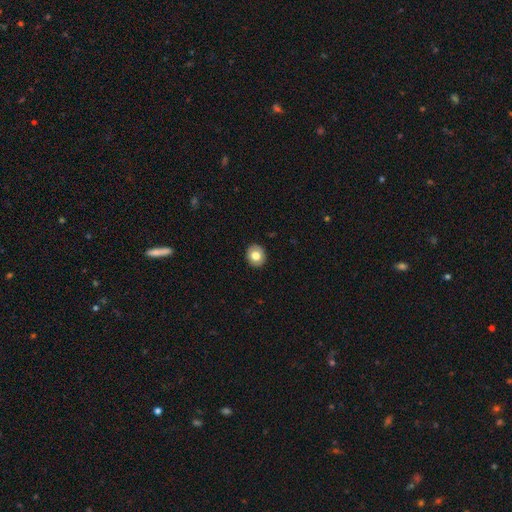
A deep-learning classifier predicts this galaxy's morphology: Smooth or featured?
  - smooth: 75% *
  - featured or disk: 17%
  - star or artifact: 8%
How rounded?
  - round: 77% *
  - in between: 22%
  - cigar-shaped: 1%
Merging?
  - none: 90% *
  - minor disturbance: 7%
  - major disturbance: 2%
  - merger: 1%